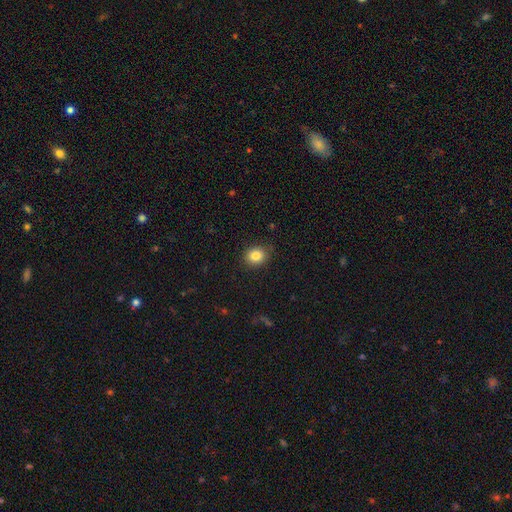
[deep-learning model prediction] Smooth or featured: smooth — 83% (star or artifact — 10%)
How rounded: round — 68% (in between — 31%)
Merging: none — 87% (minor disturbance — 9%)